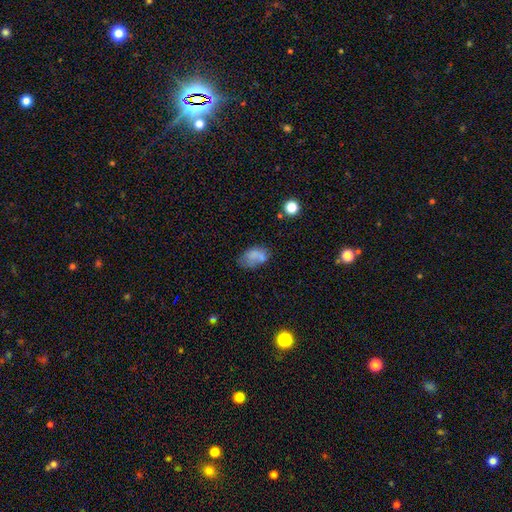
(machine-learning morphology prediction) A smooth galaxy with no disk features (66%) that is in between round and cigar-shaped (88%). Merging: none (44%).